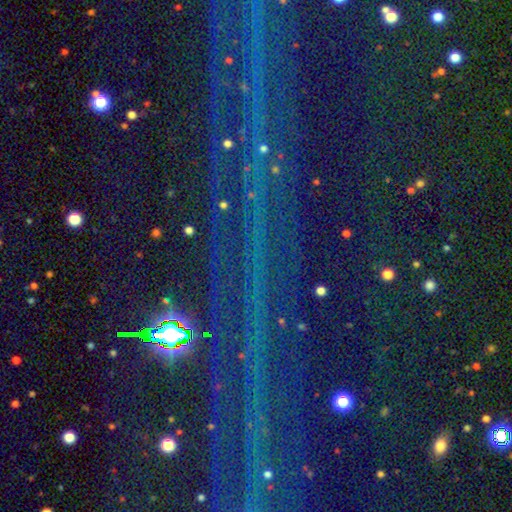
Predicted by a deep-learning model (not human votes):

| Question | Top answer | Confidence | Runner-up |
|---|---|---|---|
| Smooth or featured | star or artifact | 87% | featured or disk (7%) |